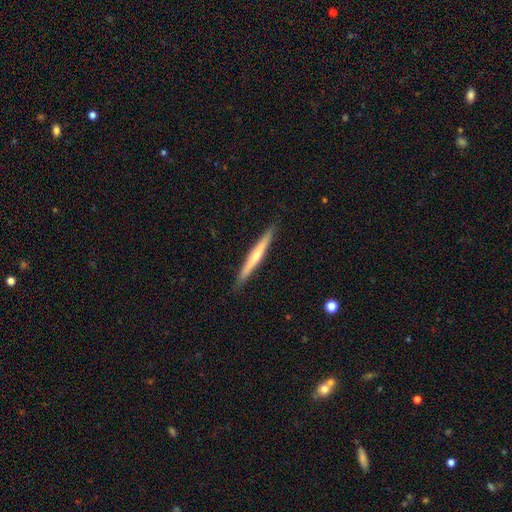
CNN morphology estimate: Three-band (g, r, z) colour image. It shows a featured or disk galaxy (55%) viewed edge-on (98%) with no central bulge (50%). Merging: none (91%).